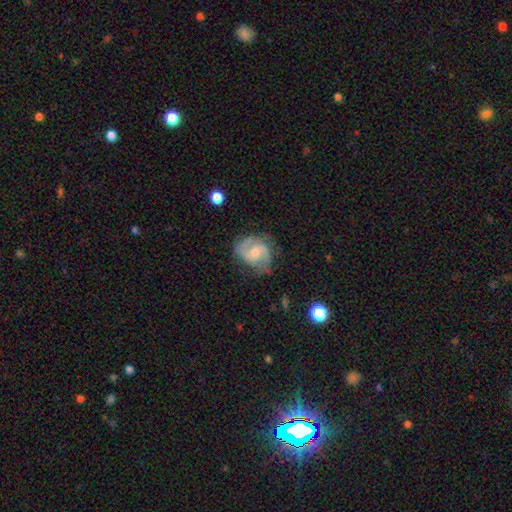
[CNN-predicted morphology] type=featured or disk (79%); edge-on=no (98%); bar=weak (49%); spiral arms=yes (94%); winding=medium (52%); arm count=2 (83%); bulge=small (46%); merging=none (66%).